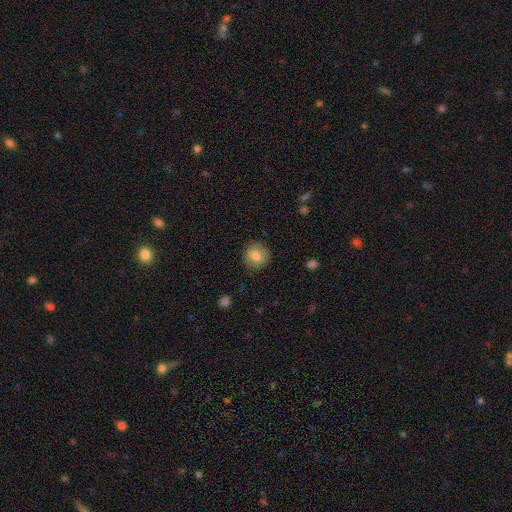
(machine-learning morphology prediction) Smooth or featured?
  - smooth: 81% *
  - featured or disk: 11%
  - star or artifact: 8%
How rounded?
  - round: 91% *
  - in between: 8%
  - cigar-shaped: 1%
Merging?
  - none: 88% *
  - minor disturbance: 9%
  - major disturbance: 2%
  - merger: 1%